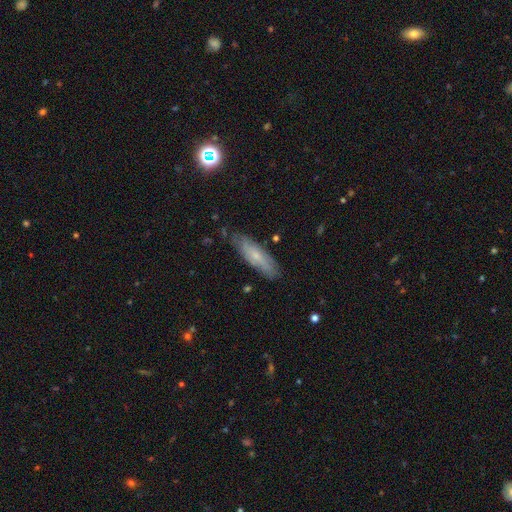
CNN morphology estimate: type=smooth (58%); roundness=cigar-shaped (60%); merging=none (76%).